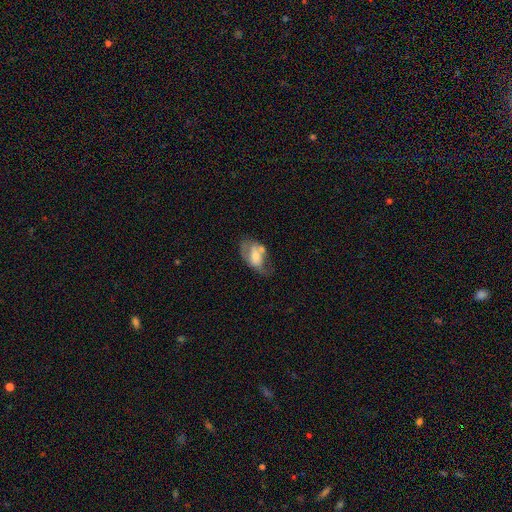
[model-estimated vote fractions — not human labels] Smooth or featured? featured or disk (47%)
Merging? none (31%)